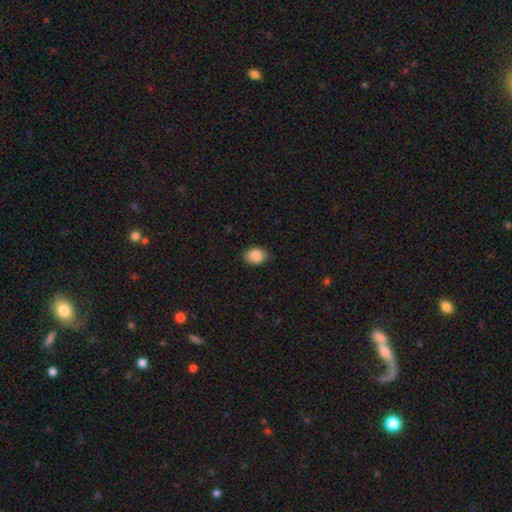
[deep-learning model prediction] Smooth or featured: smooth — 87% (star or artifact — 8%)
How rounded: in between — 67% (round — 32%)
Merging: none — 80% (minor disturbance — 16%)